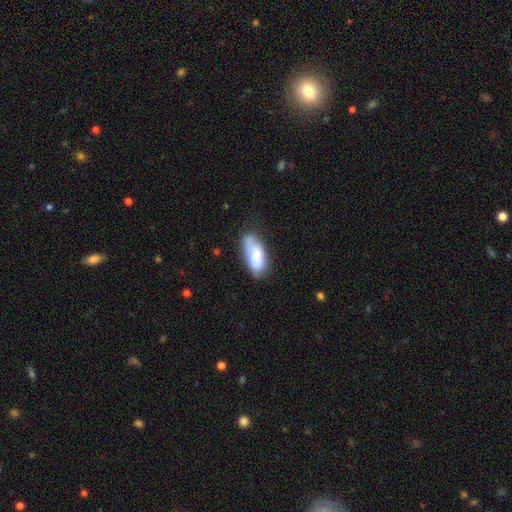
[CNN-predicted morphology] smooth-or-featured: smooth: 75% | featured or disk: 18% | star or artifact: 7%
  how-rounded: in between: 85% | cigar-shaped: 12% | round: 2%
  merging: none: 57% | minor disturbance: 27% | major disturbance: 9% | merger: 7%